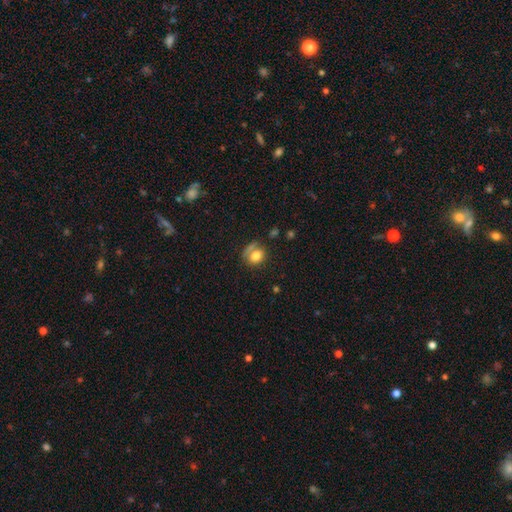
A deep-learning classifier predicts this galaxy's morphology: This is likely a smooth galaxy (76%). How rounded: possibly round (54%). Merging: possibly none (52%).